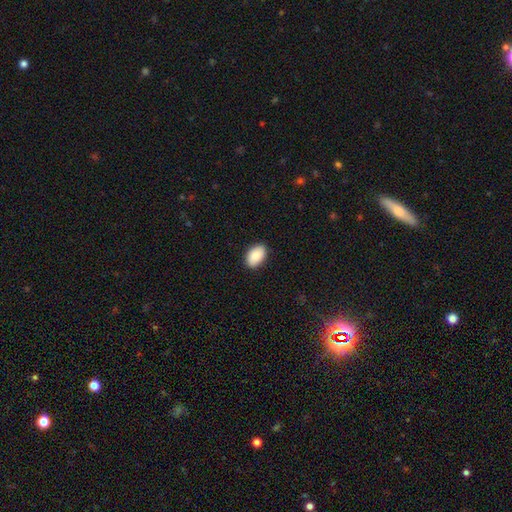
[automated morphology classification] Overall: smooth (89%). How rounded: in between (91%). Merging: none (88%).